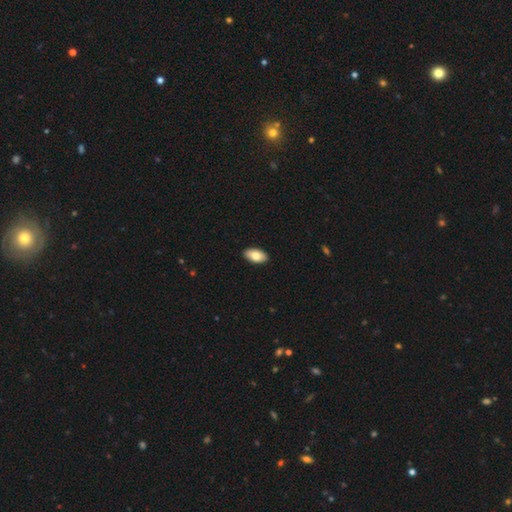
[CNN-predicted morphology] smooth 79%, featured or disk 15%, star or artifact 6%. Down the decision tree: how rounded — in between (94%); merging — none (91%).